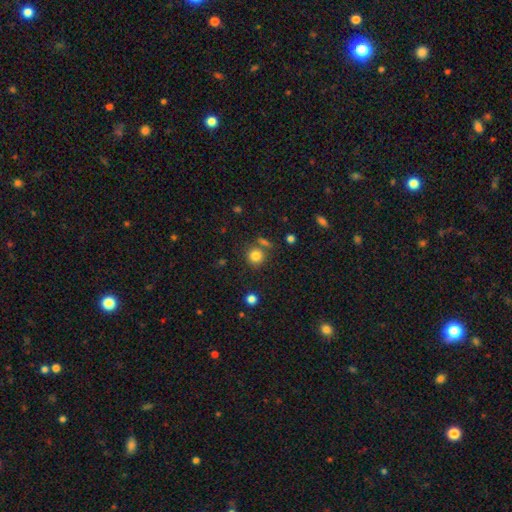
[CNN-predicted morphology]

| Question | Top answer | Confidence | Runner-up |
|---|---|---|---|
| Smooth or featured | smooth | 82% | star or artifact (12%) |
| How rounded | round | 89% | in between (10%) |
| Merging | none | 74% | merger (12%) |